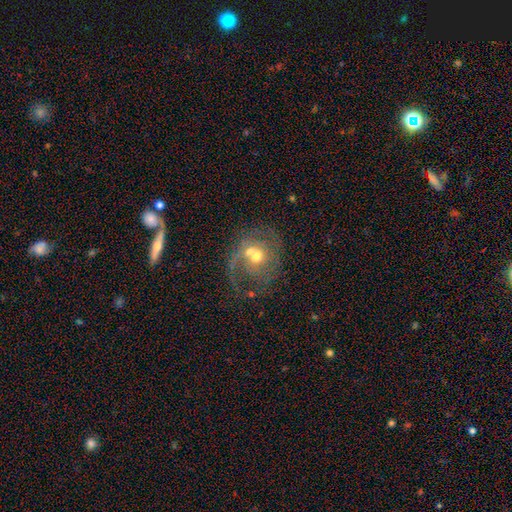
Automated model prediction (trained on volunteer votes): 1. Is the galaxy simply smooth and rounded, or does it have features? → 69% featured or disk, 22% smooth, 9% star or artifact.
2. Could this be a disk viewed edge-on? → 97% no, 3% yes.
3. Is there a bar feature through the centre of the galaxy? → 72% no, 23% weak, 5% strong.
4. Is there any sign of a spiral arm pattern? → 75% yes, 25% no.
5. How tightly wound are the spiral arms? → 43% medium, 29% loose, 28% tight.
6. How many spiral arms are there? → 48% 2, 29% 1, 15% can't tell, 4% 3, 2% 4, 2% more than 4.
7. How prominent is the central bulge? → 65% moderate, 25% small, 6% large, 2% none, 1% dominant.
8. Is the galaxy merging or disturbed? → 36% merger, 35% none, 16% major disturbance, 14% minor disturbance.